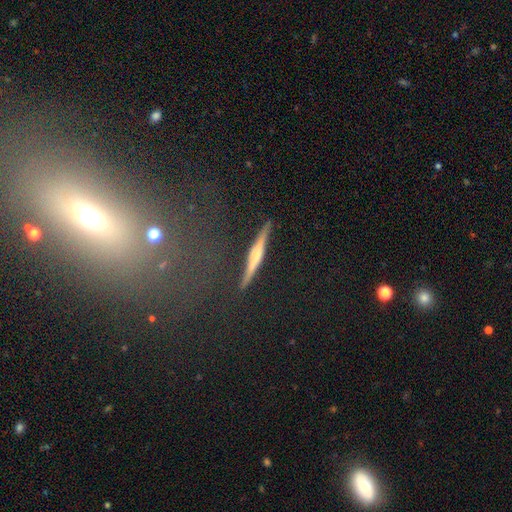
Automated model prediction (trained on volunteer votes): smooth-or-featured: featured or disk: 62% | smooth: 28% | star or artifact: 10%
  disk-edge-on: yes: 93% | no: 7%
    edge-on-bulge: rounded: 60% | none: 25% | boxy: 15%
  merging: none: 85% | minor disturbance: 10% | major disturbance: 3% | merger: 2%